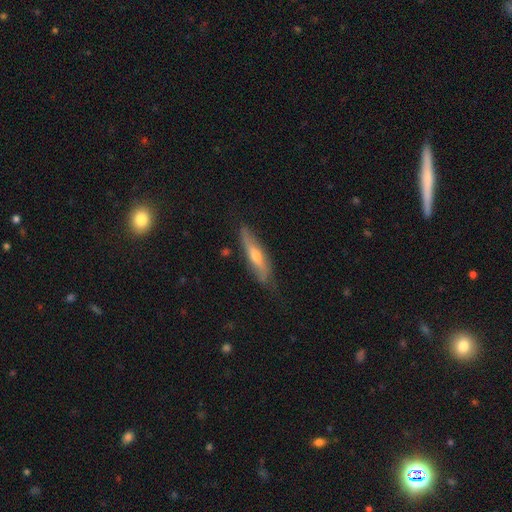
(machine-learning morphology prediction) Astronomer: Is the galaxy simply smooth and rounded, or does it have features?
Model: featured or disk — 52% (runner-up: smooth, 41%).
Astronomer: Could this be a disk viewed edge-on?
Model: yes — 71%.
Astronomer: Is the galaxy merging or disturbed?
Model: none — 69%.